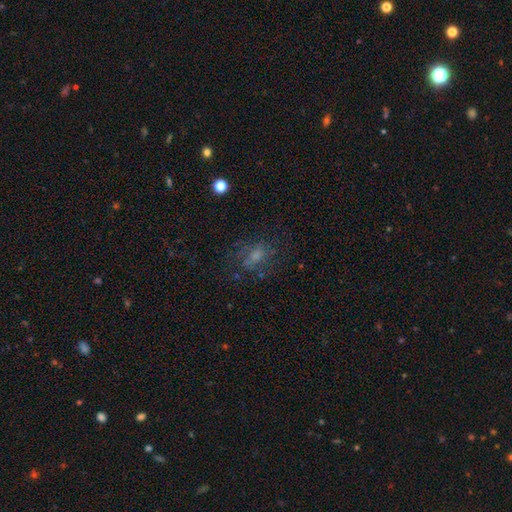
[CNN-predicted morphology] smooth_or_featured: smooth (p=0.44) [alt: featured or disk p=0.36]
merging: none (p=0.58) [alt: major disturbance p=0.20]